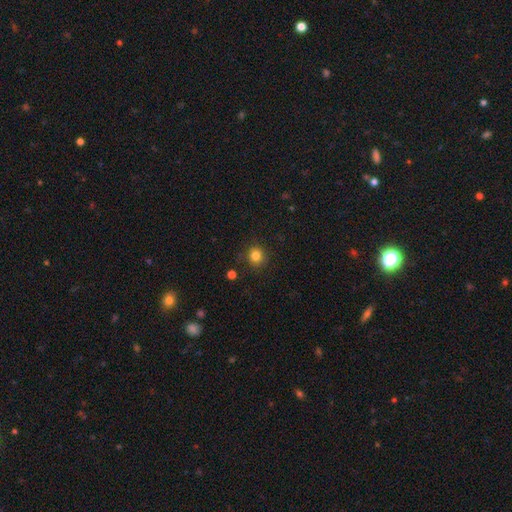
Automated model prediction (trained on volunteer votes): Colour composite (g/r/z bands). It shows a smooth galaxy with no disk features (82%) that is round (91%). Merging: none (88%).